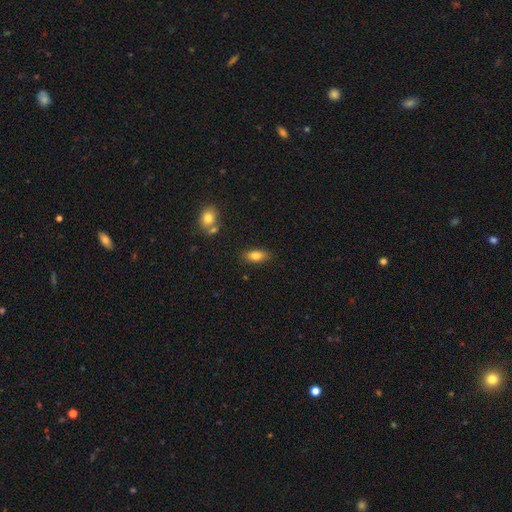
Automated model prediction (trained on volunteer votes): Smooth or featured?
  - smooth: 81% *
  - featured or disk: 11%
  - star or artifact: 8%
How rounded?
  - in between: 86% *
  - cigar-shaped: 10%
  - round: 4%
Merging?
  - none: 83% *
  - minor disturbance: 12%
  - merger: 3%
  - major disturbance: 3%